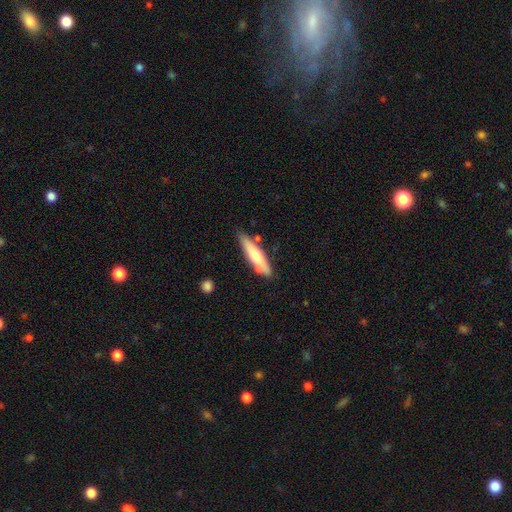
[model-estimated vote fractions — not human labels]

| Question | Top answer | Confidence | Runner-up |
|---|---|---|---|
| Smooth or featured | smooth | 61% | featured or disk (33%) |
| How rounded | cigar-shaped | 73% | in between (26%) |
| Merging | none | 74% | minor disturbance (16%) |